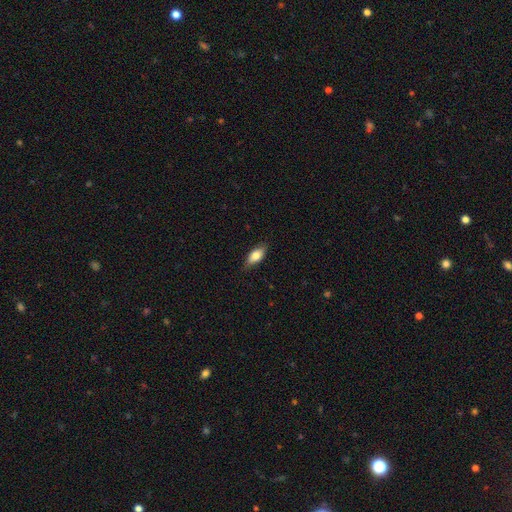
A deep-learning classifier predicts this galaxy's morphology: The model was most divided on "smooth or featured": smooth: 75%, featured or disk: 18%, star or artifact: 7%. More confident: merging — none (82%); how rounded — in between (82%).